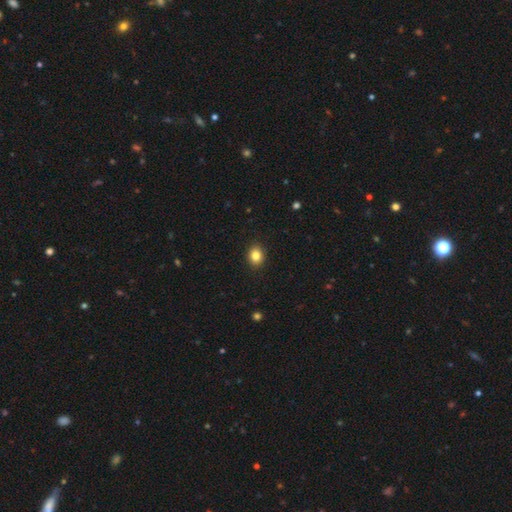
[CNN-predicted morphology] Overall: smooth (84%). How rounded: round (55%; in between 44%). Merging: none (91%).